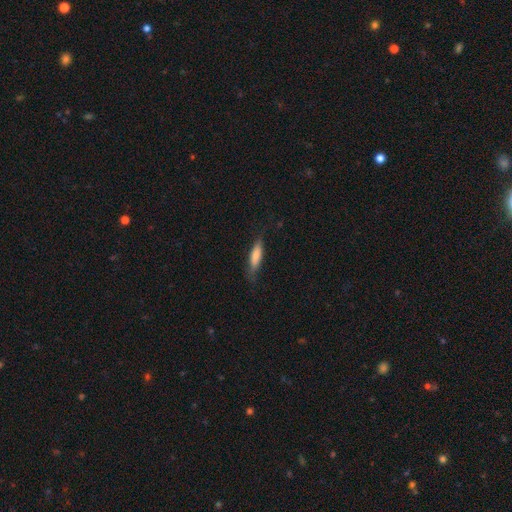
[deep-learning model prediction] A smooth galaxy with no disk features (72%) that is cigar-shaped (67%).

Vote fractions:
- Smooth or featured? smooth: 72% / featured or disk: 22% / star or artifact: 6%
- How rounded? cigar-shaped: 67% / in between: 31% / round: 2%
- Merging? none: 74% / minor disturbance: 20% / major disturbance: 5% / merger: 1%